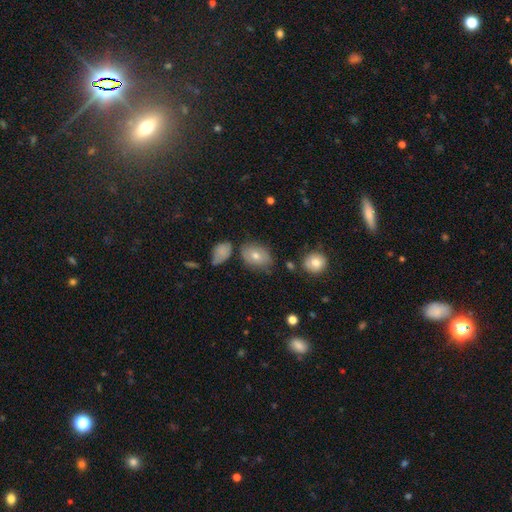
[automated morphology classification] Smooth or featured: smooth — 62% (featured or disk — 24%)
How rounded: in between — 73% (round — 25%)
Merging: none — 63% (minor disturbance — 23%)